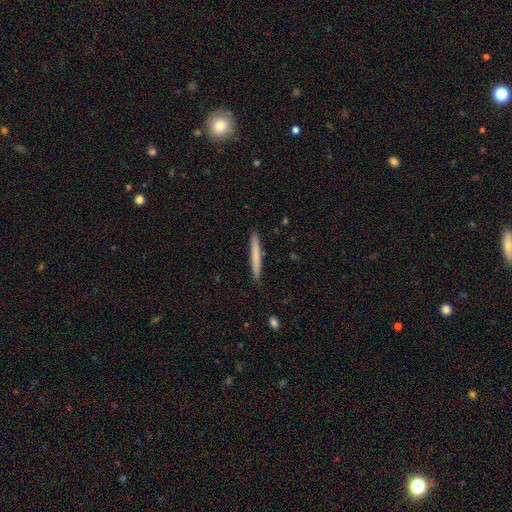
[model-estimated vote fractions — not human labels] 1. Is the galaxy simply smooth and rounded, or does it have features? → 71% smooth, 24% featured or disk, 5% star or artifact.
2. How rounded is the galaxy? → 97% cigar-shaped, 2% in between, 1% round.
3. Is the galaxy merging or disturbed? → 91% none, 6% minor disturbance, 1% major disturbance, 1% merger.